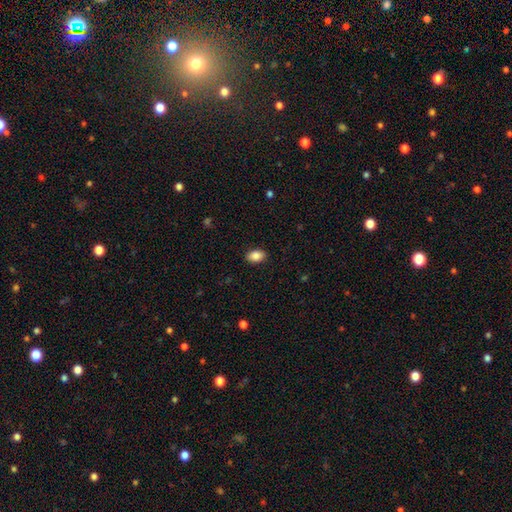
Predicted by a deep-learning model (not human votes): Smooth or featured? smooth (87%)
How rounded? in between (88%)
Merging? none (89%)